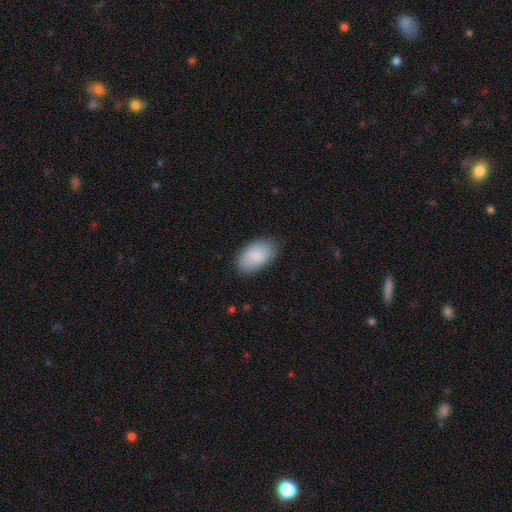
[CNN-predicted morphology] This is clearly a smooth galaxy (84%). How rounded: clearly in between (94%). Merging: clearly none (83%).